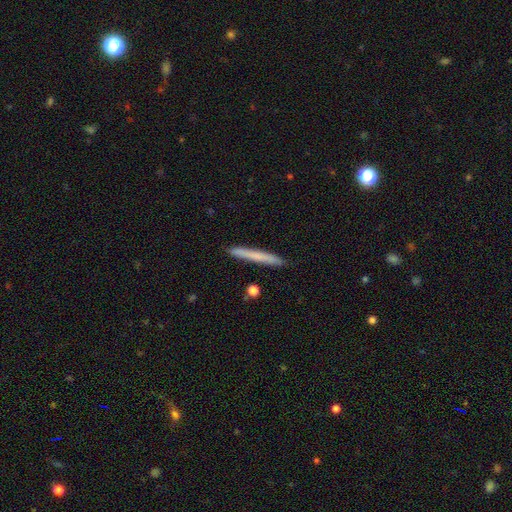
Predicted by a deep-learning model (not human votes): A smooth galaxy with no disk features (67%) that is cigar-shaped (97%). Merging: none (91%).